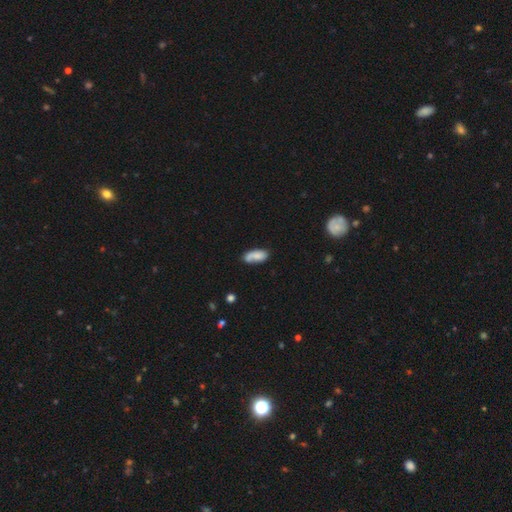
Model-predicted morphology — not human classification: type=smooth (72%); roundness=in between (85%); merging=none (57%).